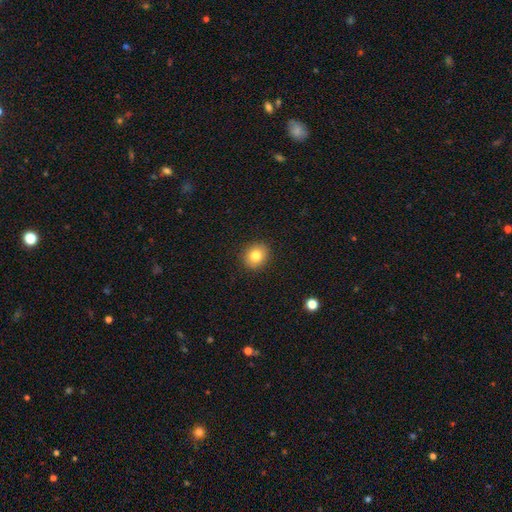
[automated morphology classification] smooth 81%, star or artifact 10%, featured or disk 9%. Down the decision tree: how rounded — round (76%); merging — none (90%).